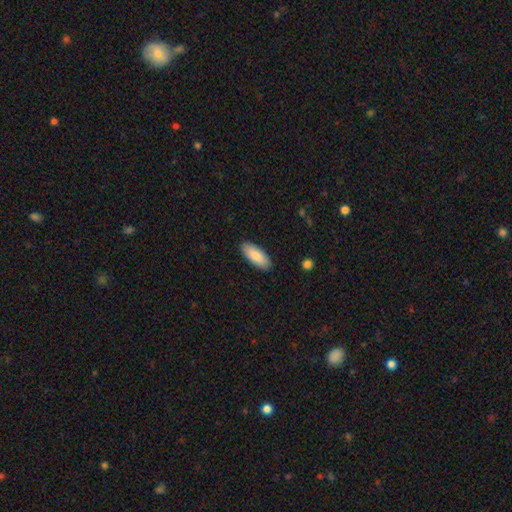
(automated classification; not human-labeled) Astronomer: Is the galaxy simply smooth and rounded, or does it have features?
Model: smooth — 88%.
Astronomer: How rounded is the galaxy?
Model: in between — 82%.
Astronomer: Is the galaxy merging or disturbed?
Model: none — 90%.